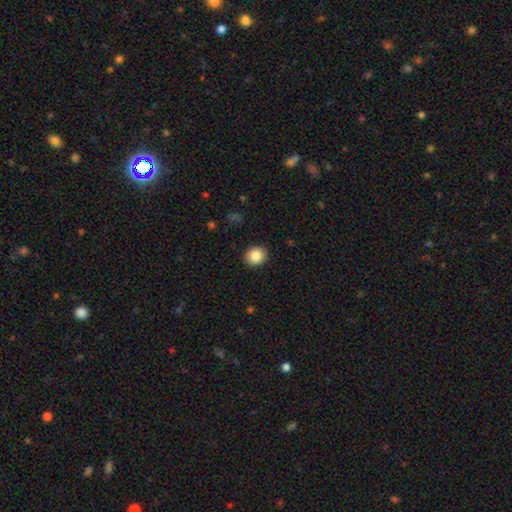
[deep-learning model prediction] smooth_or_featured: smooth (p=0.85) [alt: star or artifact p=0.09]
how_rounded: round (p=0.77) [alt: in between p=0.22]
merging: none (p=0.91) [alt: minor disturbance p=0.07]